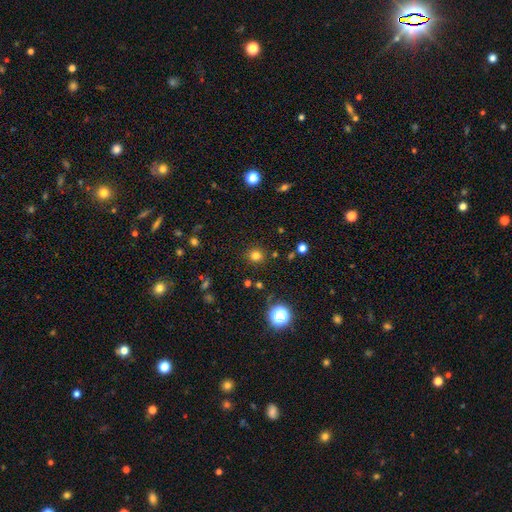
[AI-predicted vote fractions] A smooth galaxy with no disk features (78%) that is round (86%).

Vote fractions:
- Smooth or featured? smooth: 78% / star or artifact: 17% / featured or disk: 6%
- How rounded? round: 86% / in between: 13% / cigar-shaped: 1%
- Merging? none: 88% / minor disturbance: 7% / major disturbance: 3% / merger: 2%